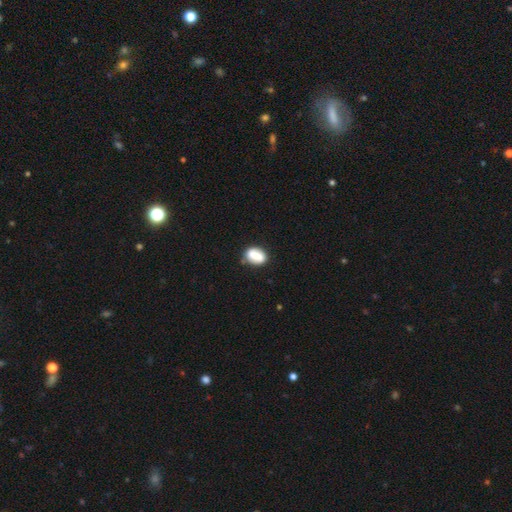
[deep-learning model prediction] This is likely a smooth galaxy (76%). How rounded: likely in between (77%). Merging: likely none (74%).